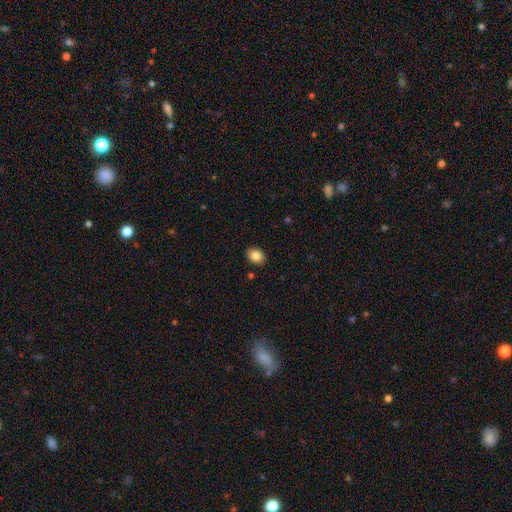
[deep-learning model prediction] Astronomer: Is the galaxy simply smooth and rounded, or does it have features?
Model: smooth — 86%.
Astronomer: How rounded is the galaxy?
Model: in between — 59% (runner-up: round, 41%).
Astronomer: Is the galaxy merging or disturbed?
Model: none — 90%.